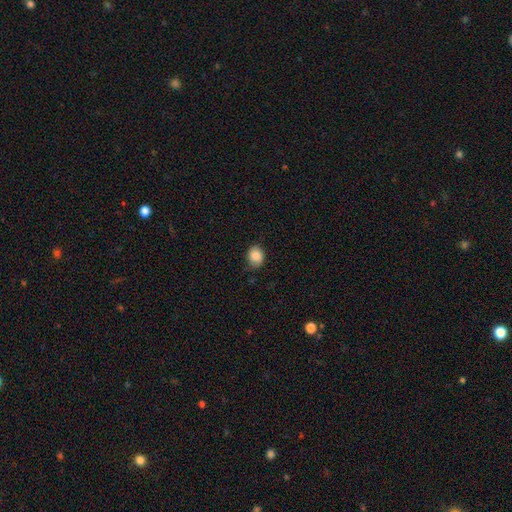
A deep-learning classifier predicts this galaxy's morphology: A smooth galaxy with no disk features (86%) that is round (56%).

Vote fractions:
- Smooth or featured? smooth: 86% / star or artifact: 8% / featured or disk: 6%
- How rounded? round: 56% / in between: 43% / cigar-shaped: 1%
- Merging? none: 72% / minor disturbance: 22% / major disturbance: 5% / merger: 1%